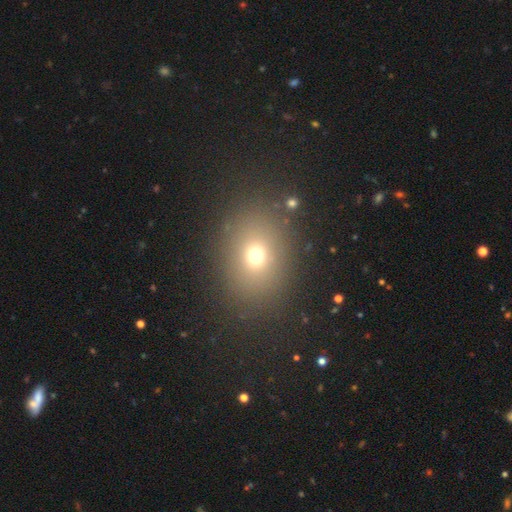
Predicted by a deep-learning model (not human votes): Smooth or featured?
  - smooth: 69% *
  - star or artifact: 20%
  - featured or disk: 12%
How rounded?
  - in between: 53% *
  - round: 45%
  - cigar-shaped: 1%
Merging?
  - none: 83% *
  - minor disturbance: 9%
  - major disturbance: 6%
  - merger: 2%